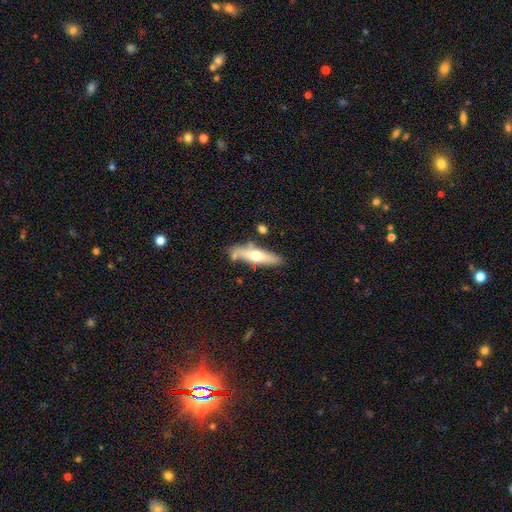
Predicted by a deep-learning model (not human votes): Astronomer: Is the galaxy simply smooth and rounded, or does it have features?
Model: smooth — 50% (runner-up: featured or disk, 45%).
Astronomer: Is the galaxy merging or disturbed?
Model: none — 69%.